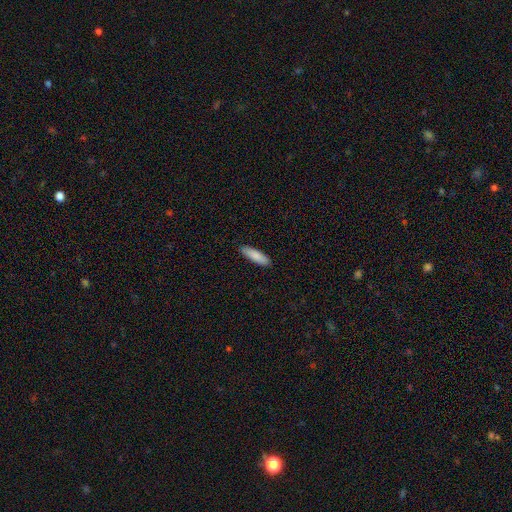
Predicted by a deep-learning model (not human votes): Q: Smooth or featured?
A: smooth (86%); runner-up: featured or disk (9%)
Q: How rounded?
A: cigar-shaped (64%); runner-up: in between (35%)
Q: Merging?
A: none (91%); runner-up: minor disturbance (7%)